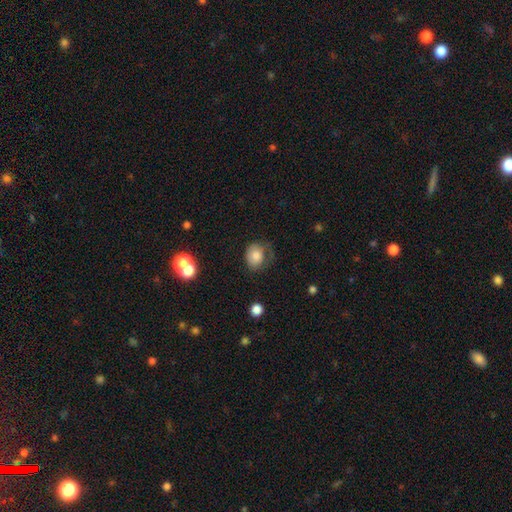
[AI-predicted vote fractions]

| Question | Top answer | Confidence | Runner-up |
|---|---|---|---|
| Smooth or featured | smooth | 78% | featured or disk (13%) |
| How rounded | round | 55% | in between (45%) |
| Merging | none | 46% | minor disturbance (29%) |